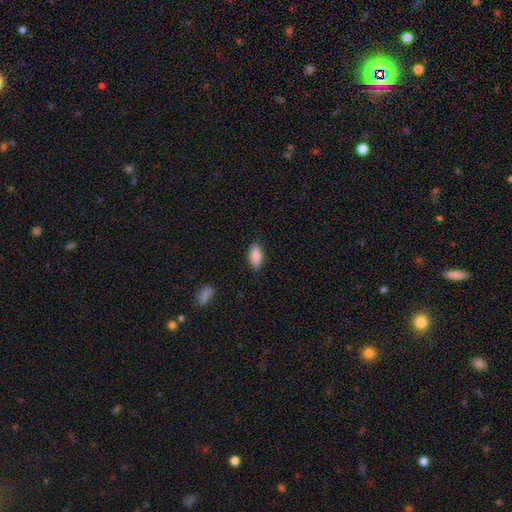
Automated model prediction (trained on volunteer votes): smooth 88%, star or artifact 7%, featured or disk 5%. Down the decision tree: how rounded — in between (84%); merging — none (84%).